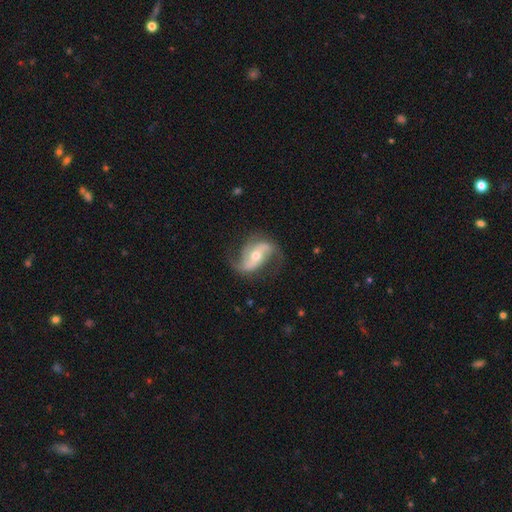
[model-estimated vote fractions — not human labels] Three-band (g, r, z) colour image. It shows a featured or disk galaxy (86%) with no bar (36%), 2 (87%) loose (56%) spiral arms (96%) and a moderate central bulge (57%). Merging: none (71%).